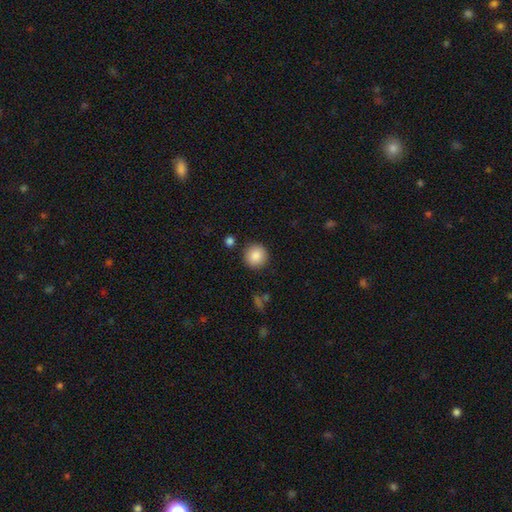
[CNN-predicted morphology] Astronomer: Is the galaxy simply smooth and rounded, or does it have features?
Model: smooth — 87%.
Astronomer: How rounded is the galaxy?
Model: round — 94%.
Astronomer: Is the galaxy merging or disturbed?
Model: none — 89%.